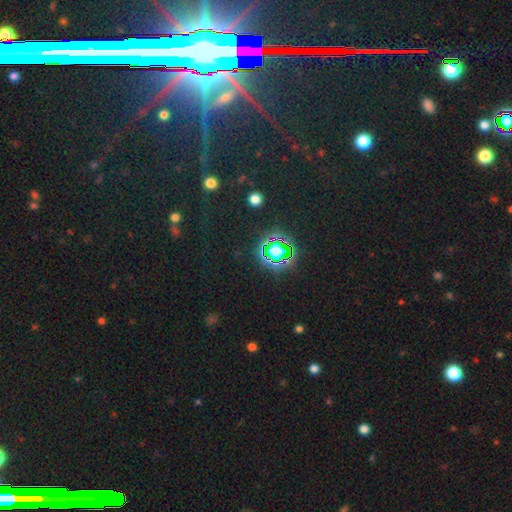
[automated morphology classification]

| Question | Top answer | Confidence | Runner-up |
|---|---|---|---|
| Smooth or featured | star or artifact | 81% | smooth (10%) |